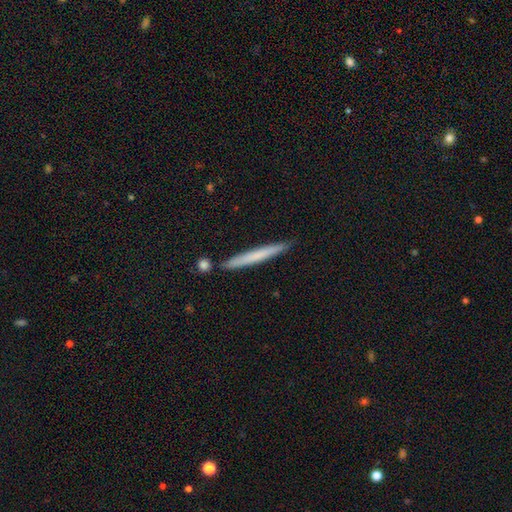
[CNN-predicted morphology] This appears to be a smooth galaxy with no disk features (63%) that is cigar-shaped (97%). Merging: none (85%).